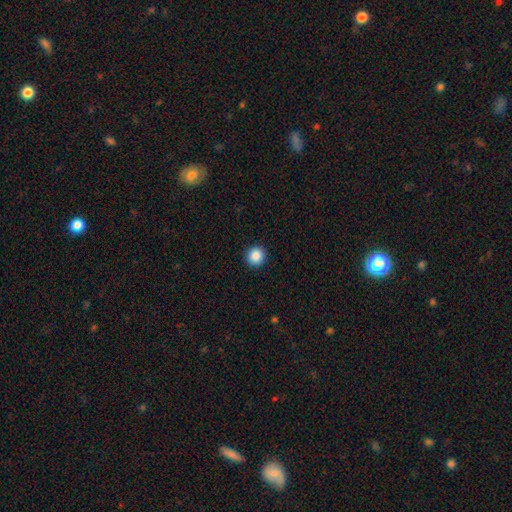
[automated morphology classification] This appears to be a smooth galaxy with no disk features (88%) that is round (94%). Merging: none (93%).